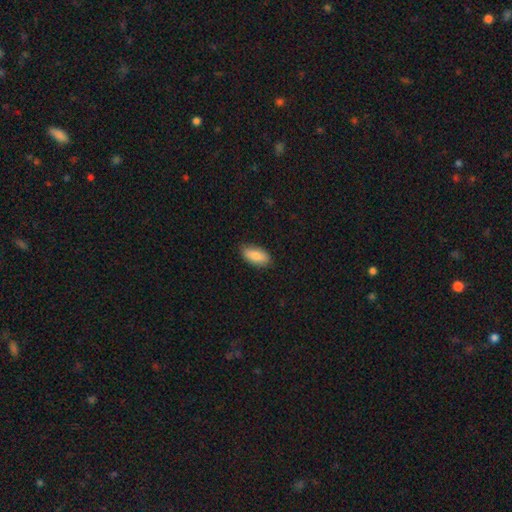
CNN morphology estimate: This is clearly a smooth galaxy (83%). How rounded: clearly in between (89%). Merging: clearly none (83%).